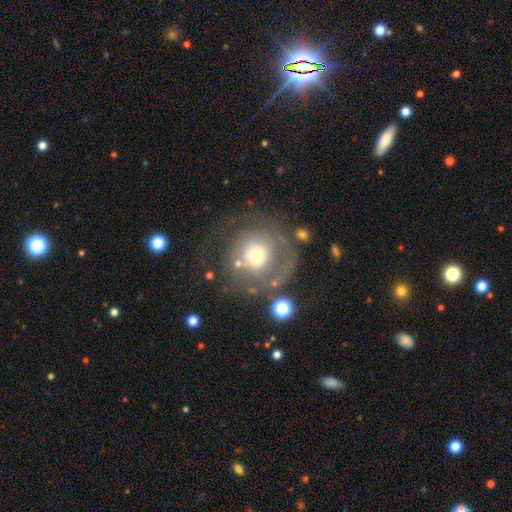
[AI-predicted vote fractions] This is possibly a featured or disk galaxy (51%). It is clearly not viewed edge-on (96%). Merging: possibly none (55%).